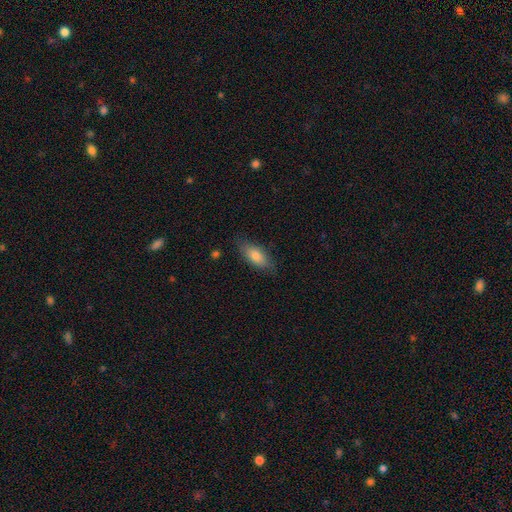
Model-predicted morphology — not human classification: smooth 78%, featured or disk 16%, star or artifact 7%. Down the decision tree: how rounded — in between (79%); merging — none (81%).